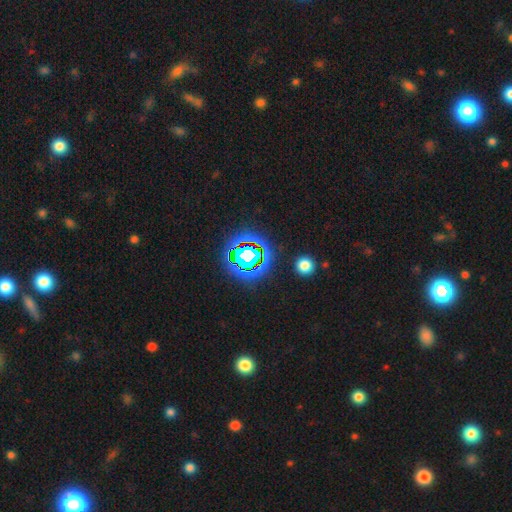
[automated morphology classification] A star or artifact, not a galaxy (80%).